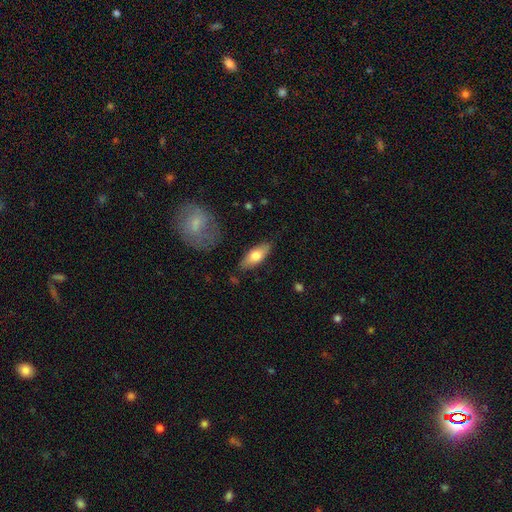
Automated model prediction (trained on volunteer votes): Smooth or featured?
  - smooth: 68% *
  - featured or disk: 26%
  - star or artifact: 6%
How rounded?
  - in between: 74% *
  - cigar-shaped: 23%
  - round: 3%
Merging?
  - none: 83% *
  - minor disturbance: 12%
  - major disturbance: 3%
  - merger: 2%